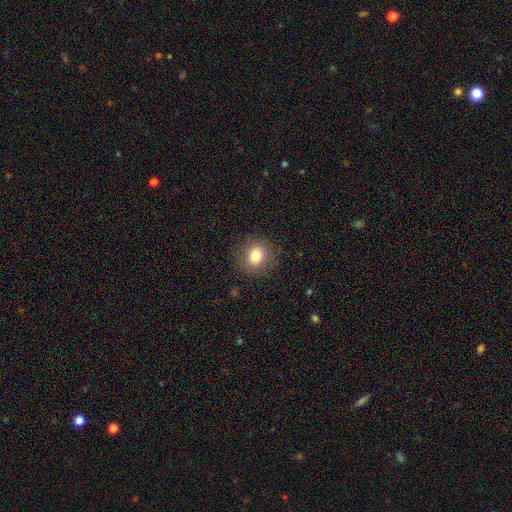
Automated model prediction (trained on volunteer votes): Morphology: type=smooth (79%); roundness=round (84%); merging=none (87%).